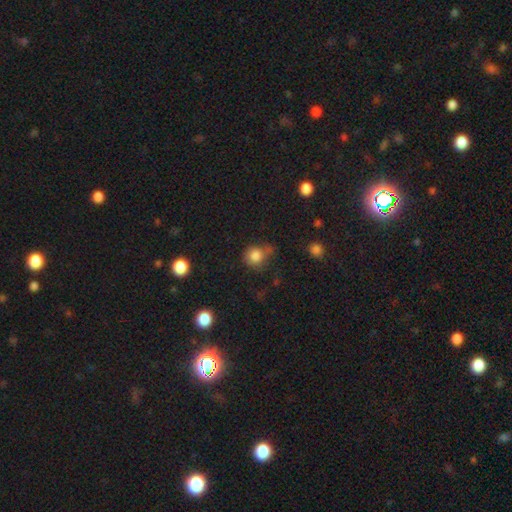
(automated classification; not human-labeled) A smooth galaxy with no disk features (81%) that is round (82%).

Vote fractions:
- Smooth or featured? smooth: 81% / star or artifact: 12% / featured or disk: 7%
- How rounded? round: 82% / in between: 17% / cigar-shaped: 1%
- Merging? none: 51% / minor disturbance: 28% / major disturbance: 12% / merger: 9%